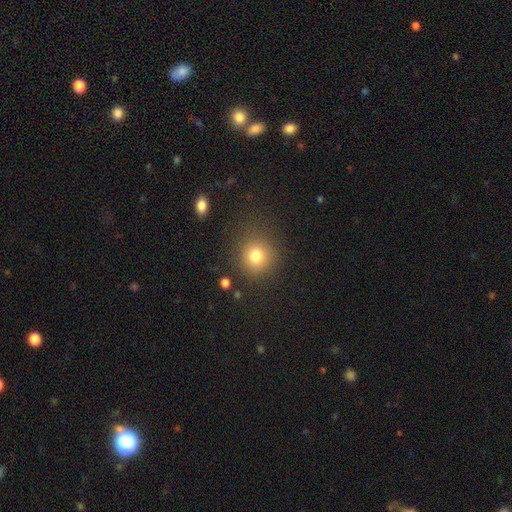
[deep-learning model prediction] Smooth or featured? smooth (78%)
How rounded? round (88%)
Merging? none (83%)